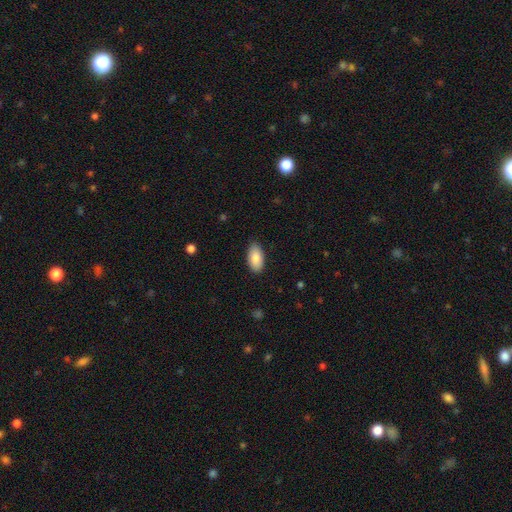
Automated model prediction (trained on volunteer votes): smooth 86%, featured or disk 8%, star or artifact 6%. Down the decision tree: how rounded — in between (94%); merging — none (85%).